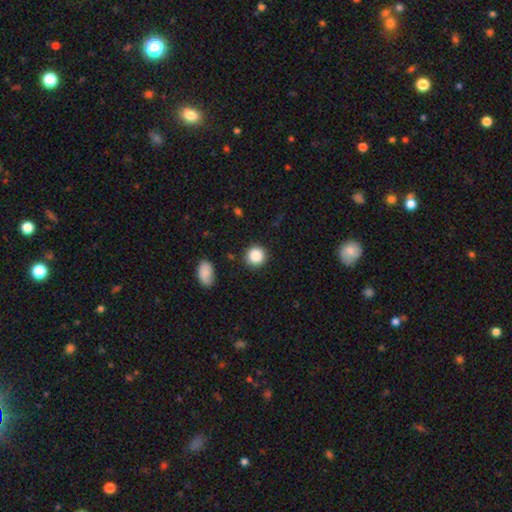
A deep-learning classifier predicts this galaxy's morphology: smooth_or_featured: smooth (p=0.87) [alt: star or artifact p=0.09]
how_rounded: round (p=0.92) [alt: in between p=0.07]
merging: none (p=0.88) [alt: minor disturbance p=0.07]